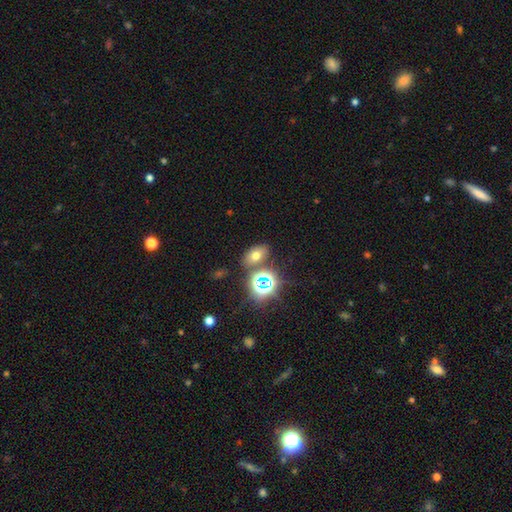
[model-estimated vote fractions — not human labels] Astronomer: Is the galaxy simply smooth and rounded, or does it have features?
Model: smooth — 58%.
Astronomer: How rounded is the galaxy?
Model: in between — 84%.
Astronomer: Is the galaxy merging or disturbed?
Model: none — 78%.